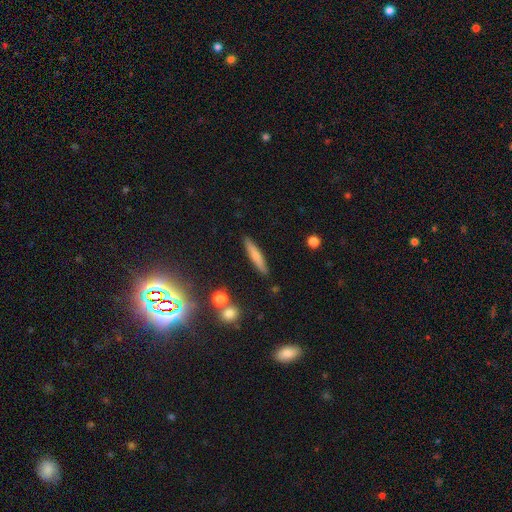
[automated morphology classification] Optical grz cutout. It shows a smooth galaxy with no disk features (65%) that is cigar-shaped (91%). Merging: none (89%).